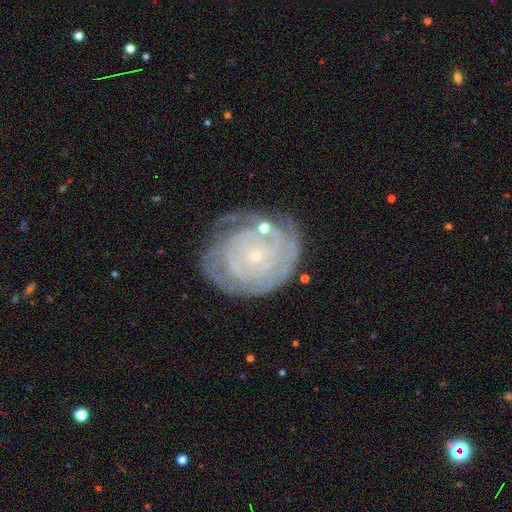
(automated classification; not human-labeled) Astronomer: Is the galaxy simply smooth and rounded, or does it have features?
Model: featured or disk — 81%.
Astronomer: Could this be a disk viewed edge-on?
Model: no — 97%.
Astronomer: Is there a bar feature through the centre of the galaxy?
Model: no — 83%.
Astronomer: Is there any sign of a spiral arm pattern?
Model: yes — 90%.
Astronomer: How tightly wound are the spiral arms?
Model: tight — 85%.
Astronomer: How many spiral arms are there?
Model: can't tell — 43%.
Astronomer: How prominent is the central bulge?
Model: small — 90%.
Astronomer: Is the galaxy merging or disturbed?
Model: none — 66%.